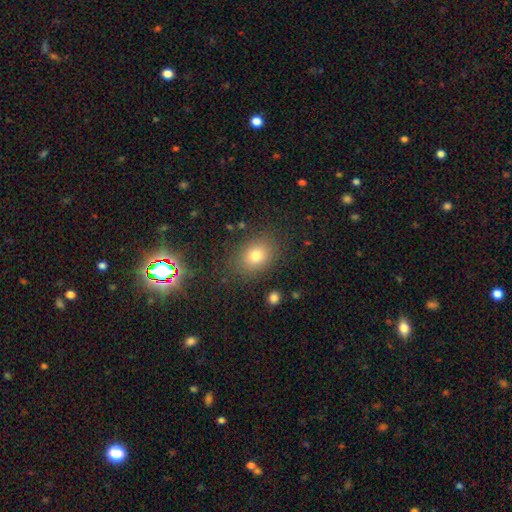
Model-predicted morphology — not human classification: Q: Smooth or featured?
A: smooth (76%); runner-up: star or artifact (14%)
Q: How rounded?
A: in between (57%); runner-up: round (42%)
Q: Merging?
A: none (82%); runner-up: minor disturbance (11%)